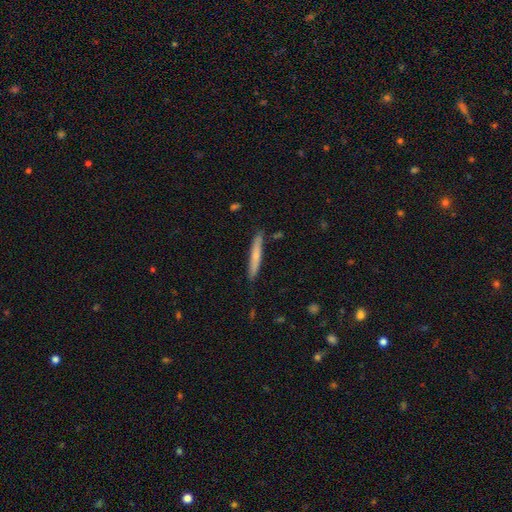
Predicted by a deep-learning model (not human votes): Smooth or featured: smooth — 64% (featured or disk — 31%)
How rounded: cigar-shaped — 95% (in between — 3%)
Merging: none — 86% (minor disturbance — 10%)